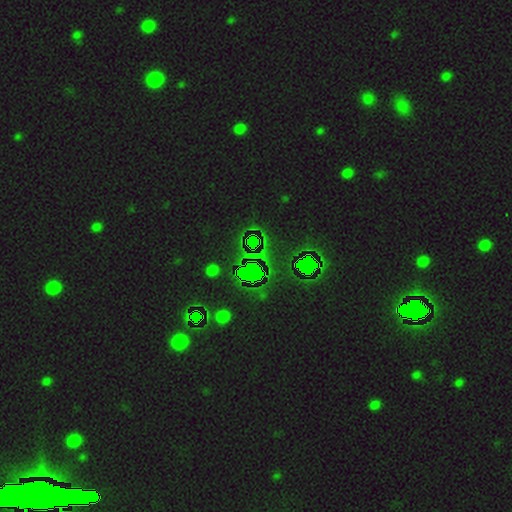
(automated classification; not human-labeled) Smooth or featured?
  - star or artifact: 84% *
  - smooth: 9%
  - featured or disk: 7%